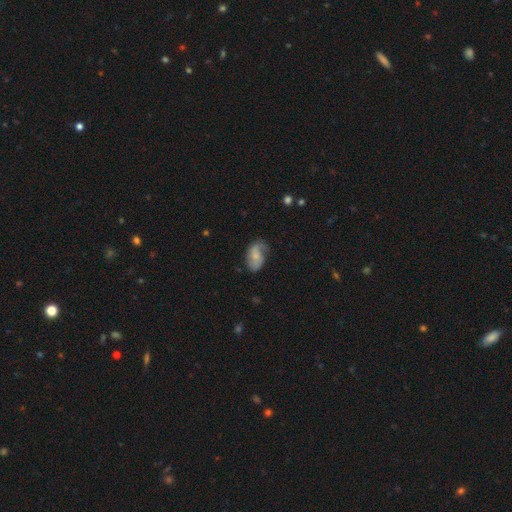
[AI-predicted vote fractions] A featured or disk galaxy (50%).

Vote fractions:
- Smooth or featured? featured or disk: 50% / smooth: 43% / star or artifact: 7%
- Merging? none: 56% / minor disturbance: 30% / major disturbance: 12% / merger: 2%